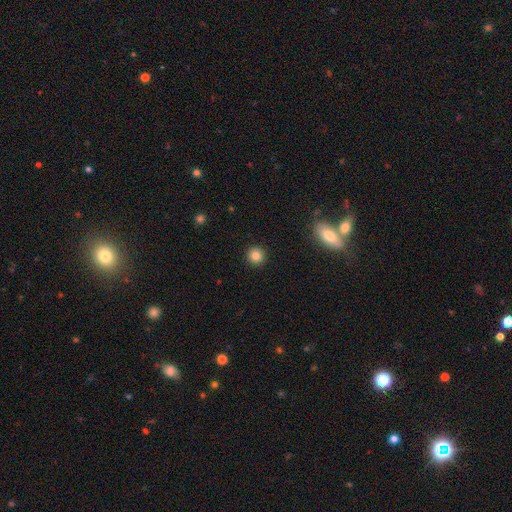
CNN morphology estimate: smooth_or_featured: smooth (p=0.84) [alt: star or artifact p=0.11]
how_rounded: round (p=0.94) [alt: in between p=0.05]
merging: none (p=0.92) [alt: minor disturbance p=0.05]